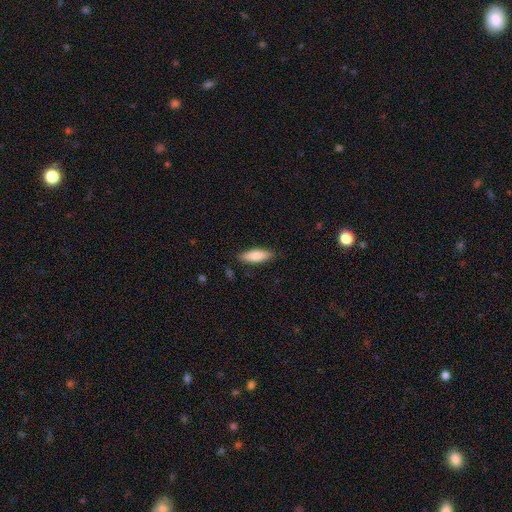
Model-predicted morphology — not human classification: A smooth galaxy with no disk features (78%) that is in between round and cigar-shaped (54%). Merging: none (86%).